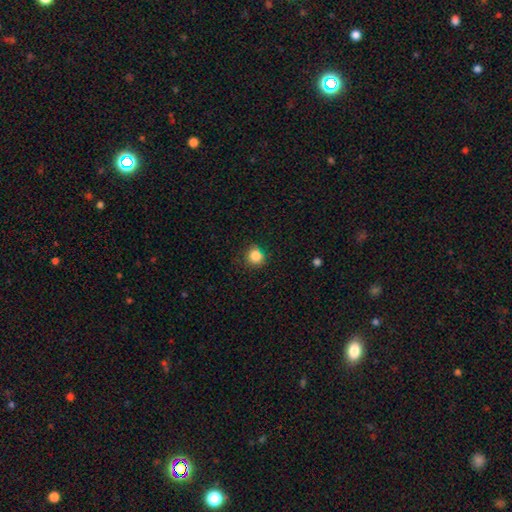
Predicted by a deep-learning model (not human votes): Smooth or featured?
  - smooth: 85% *
  - star or artifact: 12%
  - featured or disk: 4%
How rounded?
  - round: 91% *
  - in between: 9%
  - cigar-shaped: 1%
Merging?
  - none: 84% *
  - minor disturbance: 11%
  - major disturbance: 3%
  - merger: 2%